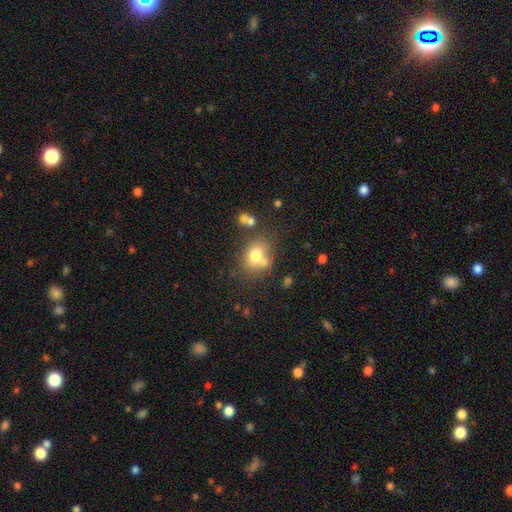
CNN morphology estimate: smooth_or_featured: smooth (p=0.73) [alt: featured or disk p=0.16]
how_rounded: in between (p=0.53) [alt: round p=0.46]
merging: none (p=0.55) [alt: merger p=0.24]